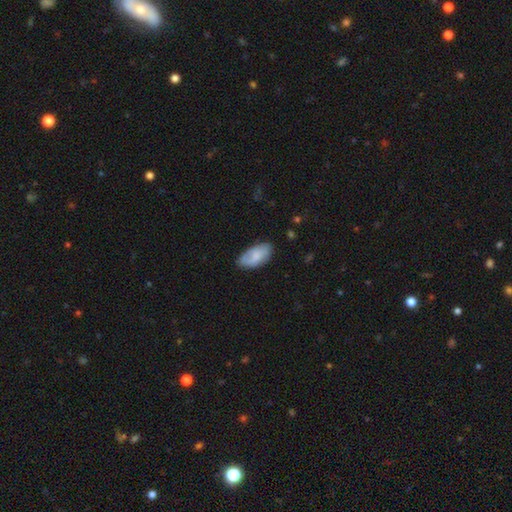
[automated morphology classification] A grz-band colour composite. It shows a smooth galaxy with no disk features (69%) that is in between round and cigar-shaped (94%). Merging: none (71%).